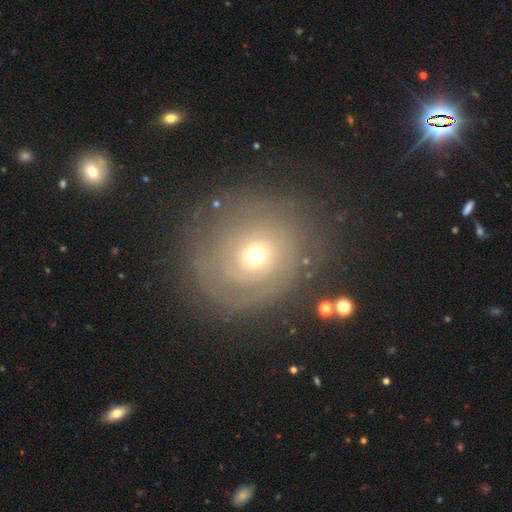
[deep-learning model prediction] A featured or disk galaxy (61%) with no bar (85%), spiral arms (73%) and a moderate central bulge (51%). Merging: none (75%).